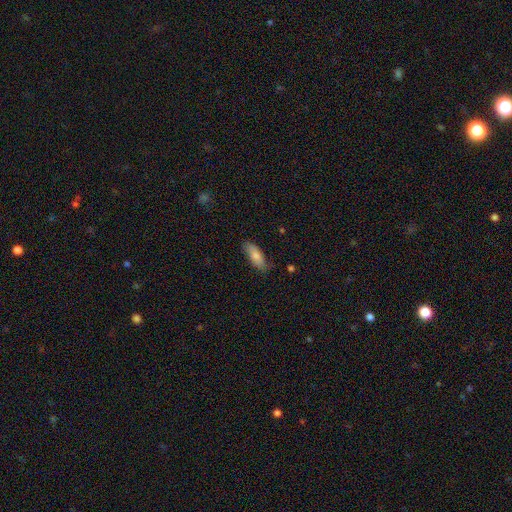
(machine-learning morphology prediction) Smooth or featured?
  - smooth: 79% *
  - featured or disk: 14%
  - star or artifact: 6%
How rounded?
  - in between: 74% *
  - cigar-shaped: 24%
  - round: 2%
Merging?
  - none: 74% *
  - minor disturbance: 20%
  - major disturbance: 4%
  - merger: 2%